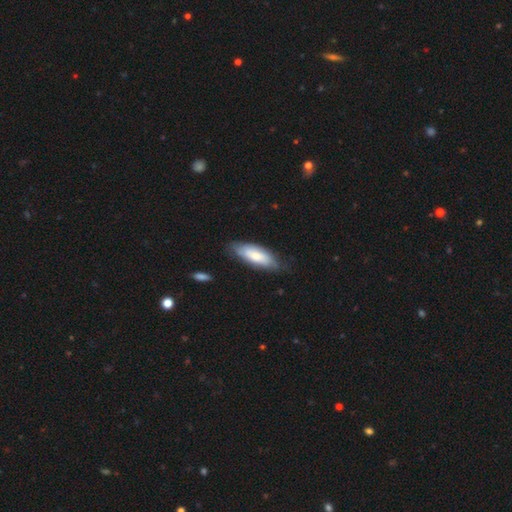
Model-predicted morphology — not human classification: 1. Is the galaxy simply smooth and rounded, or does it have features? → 71% smooth, 24% featured or disk, 5% star or artifact.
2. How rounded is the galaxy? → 67% in between, 32% cigar-shaped, 2% round.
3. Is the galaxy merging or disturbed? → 70% none, 23% minor disturbance, 5% major disturbance, 2% merger.